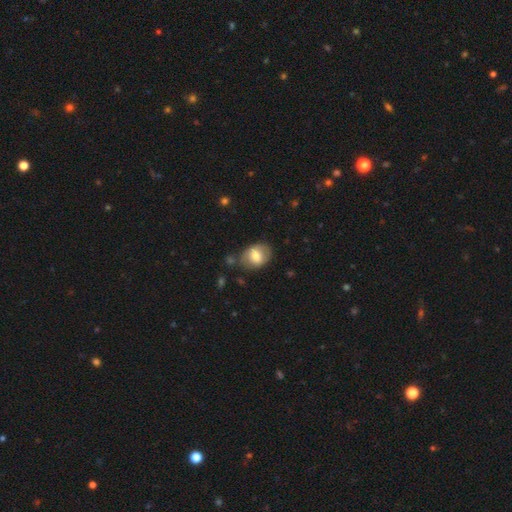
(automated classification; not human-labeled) A smooth galaxy with no disk features (67%) that is in between round and cigar-shaped (63%). Merging: none (69%).